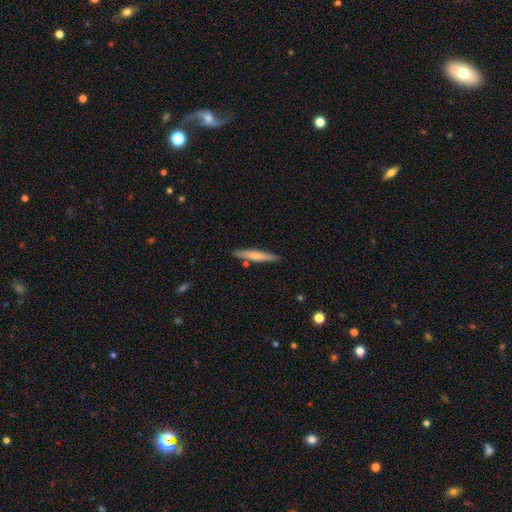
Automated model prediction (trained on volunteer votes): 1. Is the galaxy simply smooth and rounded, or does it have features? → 61% smooth, 34% featured or disk, 5% star or artifact.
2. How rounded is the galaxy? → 92% cigar-shaped, 6% in between, 1% round.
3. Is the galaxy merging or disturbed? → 86% none, 9% minor disturbance, 4% merger, 2% major disturbance.